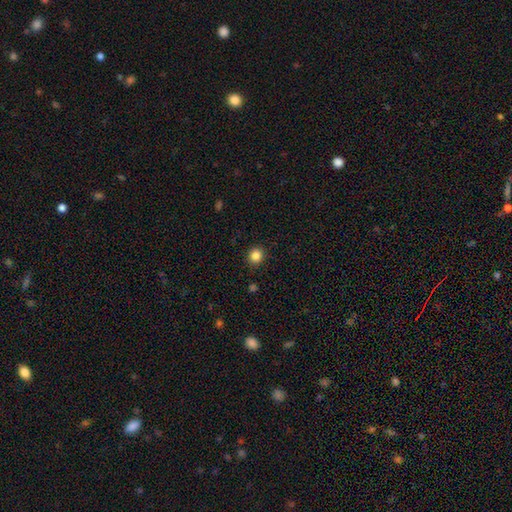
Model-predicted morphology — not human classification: Smooth or featured? Predicted: smooth (p=0.85). How rounded? Predicted: round (p=0.86). Merging? Predicted: none (p=0.90).